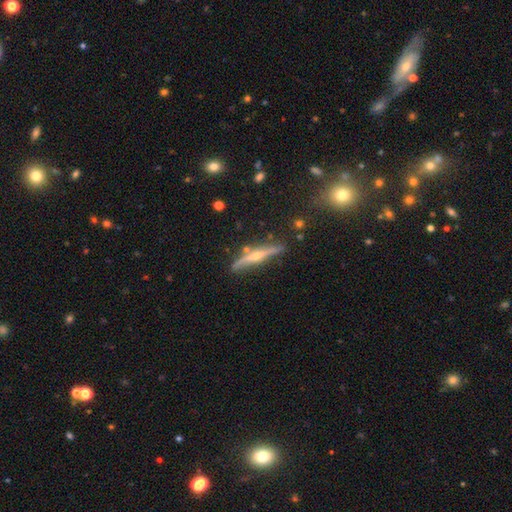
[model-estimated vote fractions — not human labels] Overall: featured or disk (76%). Edge-on disk: yes (96%). Edge-on bulge: rounded (88%). Merging: none (81%).